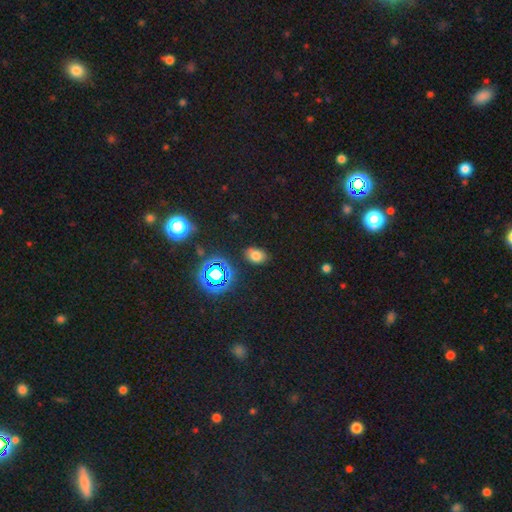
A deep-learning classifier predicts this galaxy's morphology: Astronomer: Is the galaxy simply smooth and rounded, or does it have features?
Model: smooth — 68%.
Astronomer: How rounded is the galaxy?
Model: in between — 79%.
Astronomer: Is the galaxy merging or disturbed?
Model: none — 85%.